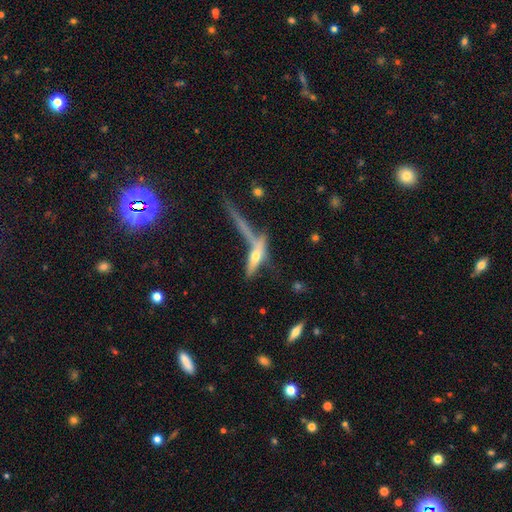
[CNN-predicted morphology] featured or disk 48%, smooth 43%, star or artifact 10%. Down the decision tree: merging — none (39%).